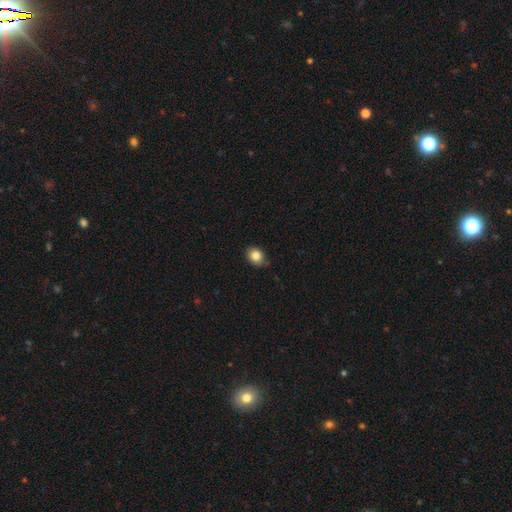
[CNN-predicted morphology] This appears to be a smooth galaxy with no disk features (84%) that is in between round and cigar-shaped (53%). Merging: none (78%).